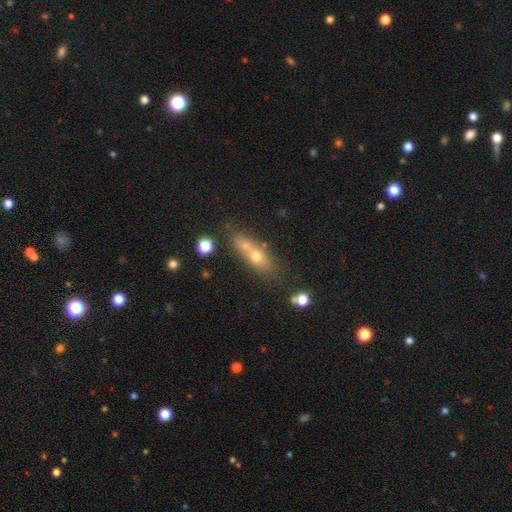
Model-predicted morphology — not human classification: smooth_or_featured: smooth (p=0.56) [alt: featured or disk p=0.30]
how_rounded: in between (p=0.51) [alt: cigar-shaped p=0.34]
merging: merger (p=0.43) [alt: none p=0.40]